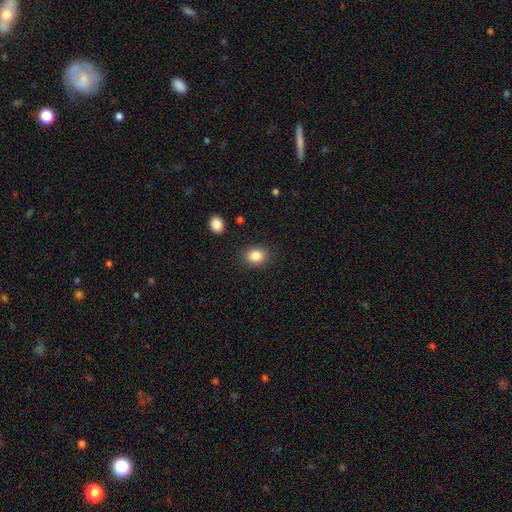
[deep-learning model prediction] smooth-or-featured: smooth: 85% | star or artifact: 10% | featured or disk: 5%
  how-rounded: round: 58% | in between: 41% | cigar-shaped: 1%
  merging: none: 85% | minor disturbance: 10% | major disturbance: 3% | merger: 2%